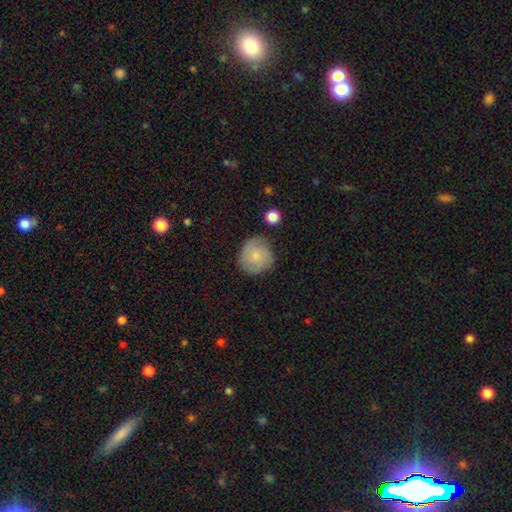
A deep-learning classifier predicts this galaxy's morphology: This appears to be a smooth galaxy with no disk features (70%) that is round (89%). Merging: none (74%).